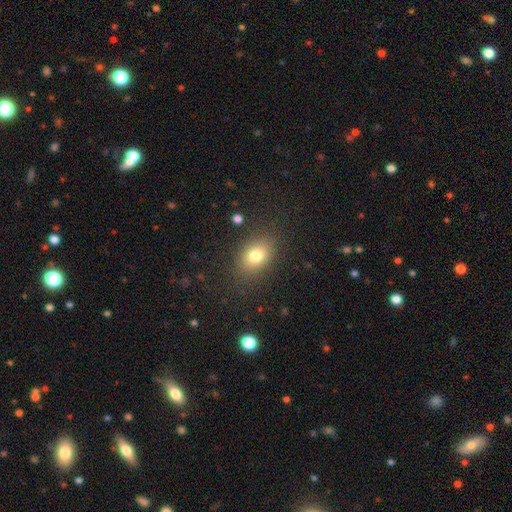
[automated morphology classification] This is likely a smooth galaxy (78%). How rounded: likely in between (72%). Merging: clearly none (84%).